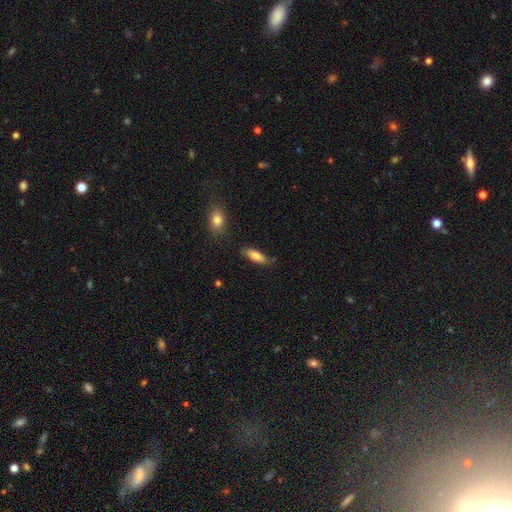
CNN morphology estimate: This appears to be a smooth galaxy with no disk features (82%) that is in between round and cigar-shaped (66%). Merging: none (77%).